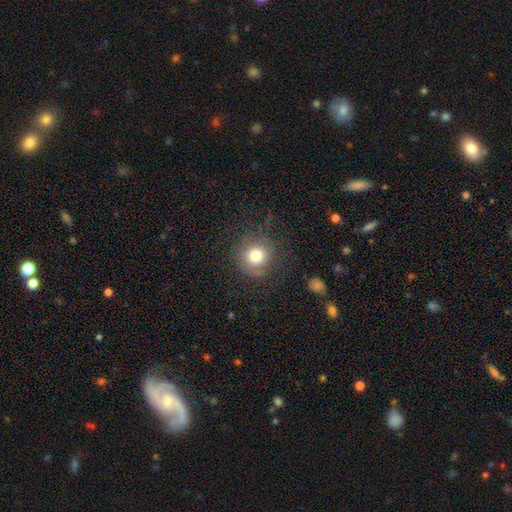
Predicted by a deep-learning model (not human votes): This is likely a smooth galaxy (76%). How rounded: clearly round (92%). Merging: likely none (77%).